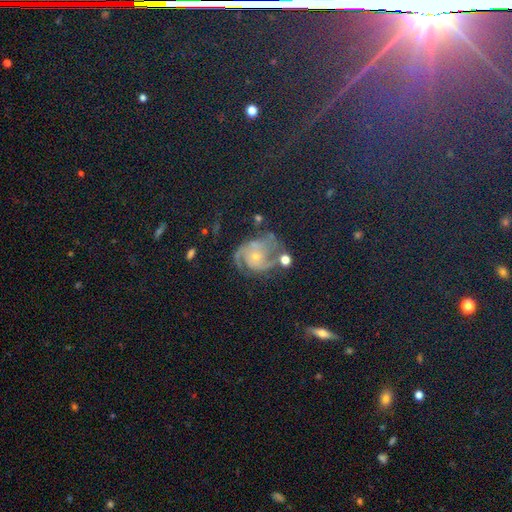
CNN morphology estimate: Smooth or featured?
  - featured or disk: 64% *
  - star or artifact: 20%
  - smooth: 16%
Edge-on disk?
  - no: 97% *
  - yes: 3%
Bar?
  - no: 76% *
  - weak: 19%
  - strong: 5%
Spiral arms?
  - yes: 91% *
  - no: 9%
Spiral winding?
  - medium: 50% *
  - tight: 32%
  - loose: 18%
Spiral arm count?
  - 2: 55% *
  - can't tell: 15%
  - 3: 12%
  - 1: 7%
  - 4: 6%
  - more than 4: 6%
Bulge size?
  - small: 69% *
  - moderate: 25%
  - none: 2%
  - large: 2%
  - dominant: 2%
Merging?
  - none: 52% *
  - minor disturbance: 24%
  - major disturbance: 18%
  - merger: 7%